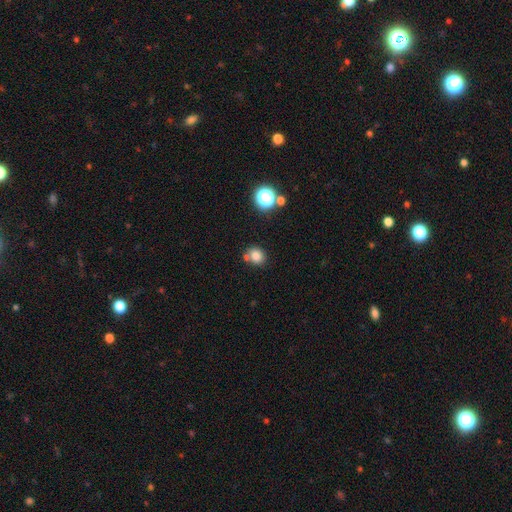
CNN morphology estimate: Smooth or featured: smooth — 79% (star or artifact — 14%)
How rounded: round — 75% (in between — 25%)
Merging: none — 69% (merger — 16%)